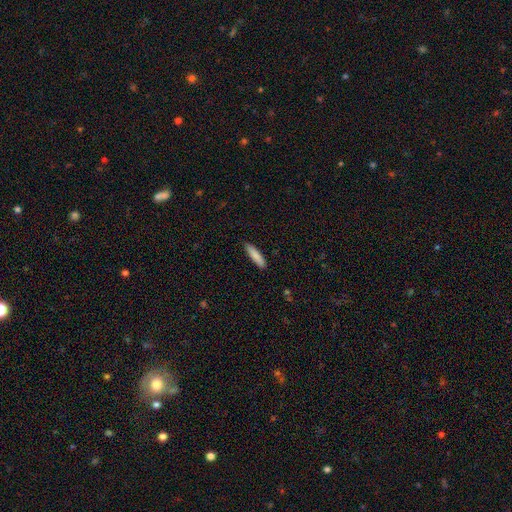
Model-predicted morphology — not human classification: This is clearly a smooth galaxy (85%). How rounded: likely cigar-shaped (80%). Merging: clearly none (89%).